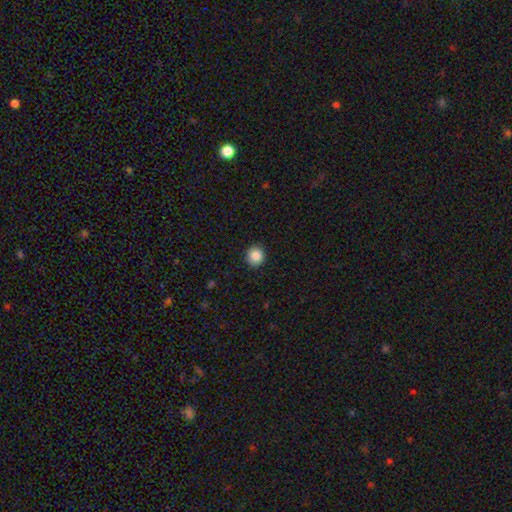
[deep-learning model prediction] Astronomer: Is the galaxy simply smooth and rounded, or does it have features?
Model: smooth — 87%.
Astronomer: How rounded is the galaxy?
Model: round — 90%.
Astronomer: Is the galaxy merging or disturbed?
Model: none — 92%.